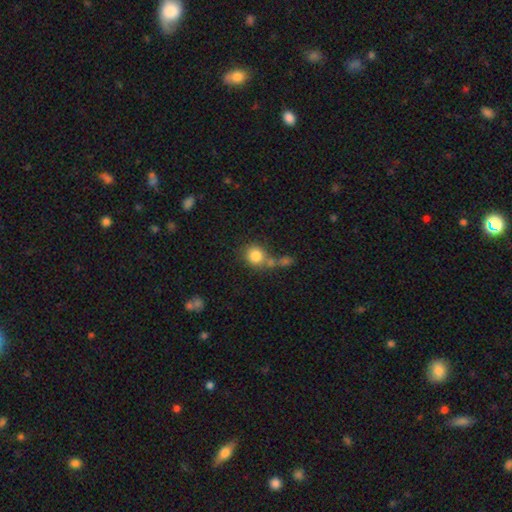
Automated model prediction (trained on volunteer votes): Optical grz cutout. It shows a smooth galaxy with no disk features (82%) that is round (82%). Merging: none (47%).